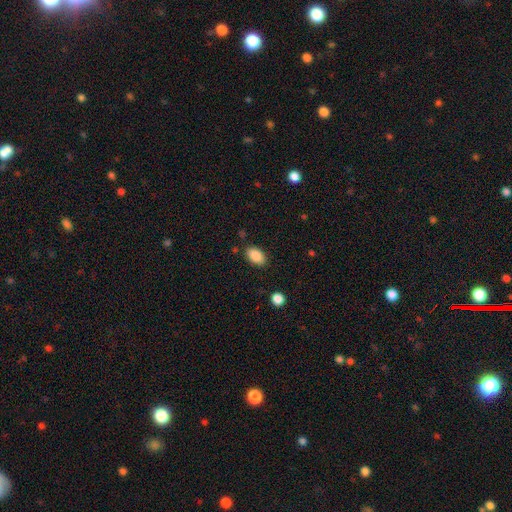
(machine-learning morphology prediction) Smooth or featured?
  - smooth: 88% *
  - star or artifact: 8%
  - featured or disk: 4%
How rounded?
  - in between: 91% *
  - round: 7%
  - cigar-shaped: 1%
Merging?
  - none: 85% *
  - minor disturbance: 11%
  - major disturbance: 3%
  - merger: 2%